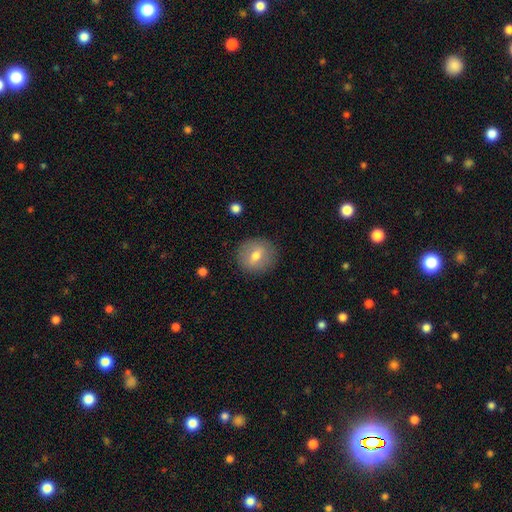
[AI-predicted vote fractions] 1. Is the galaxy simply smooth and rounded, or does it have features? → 65% smooth, 27% featured or disk, 8% star or artifact.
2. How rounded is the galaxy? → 83% round, 16% in between, 1% cigar-shaped.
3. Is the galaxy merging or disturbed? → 87% none, 9% minor disturbance, 3% major disturbance, 1% merger.